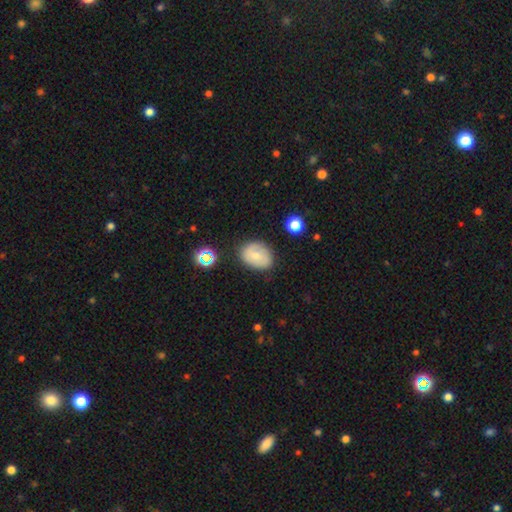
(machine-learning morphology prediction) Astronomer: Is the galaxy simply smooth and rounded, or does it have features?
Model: smooth — 57% (runner-up: featured or disk, 33%).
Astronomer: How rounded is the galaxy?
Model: in between — 61% (runner-up: round, 38%).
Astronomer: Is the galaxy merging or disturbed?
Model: none — 75%.